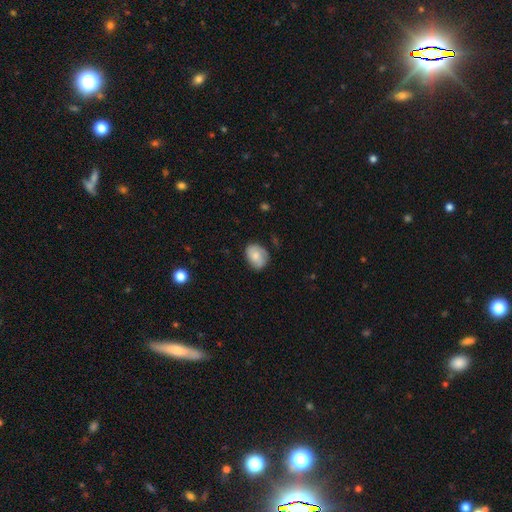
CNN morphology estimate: The model was most divided on "how rounded": in between: 66%, round: 33%, cigar-shaped: 1%. More confident: smooth or featured — smooth (75%); merging — none (71%).